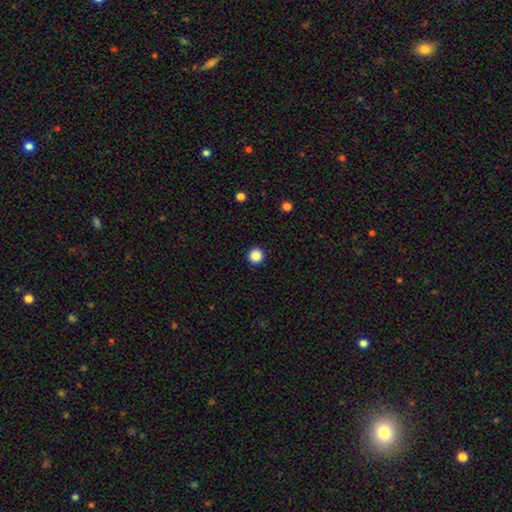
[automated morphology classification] type=smooth (87%); roundness=round (96%); merging=none (93%).